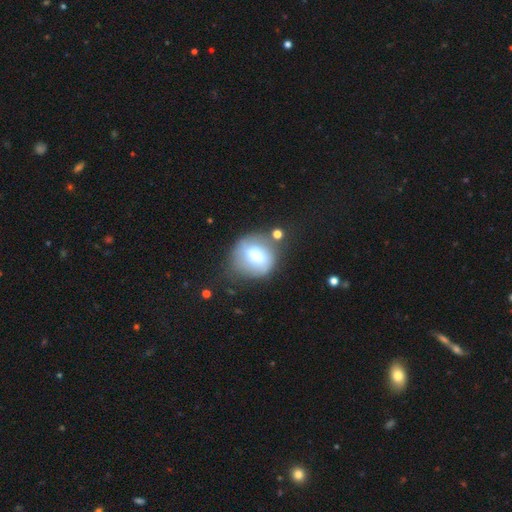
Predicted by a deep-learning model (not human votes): Overall: smooth (62%; featured or disk 29%). How rounded: round (65%; in between 33%). Merging: none (53%; minor disturbance 24%).